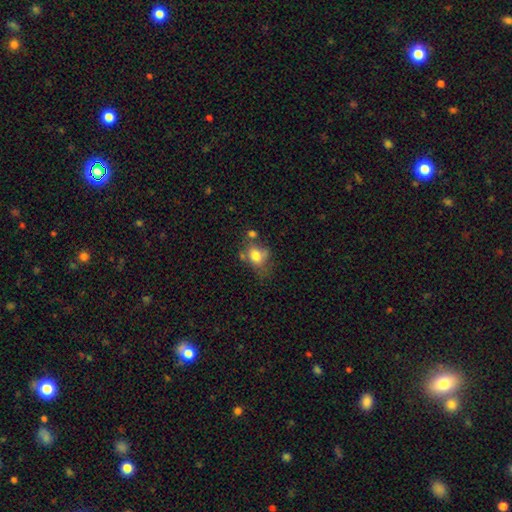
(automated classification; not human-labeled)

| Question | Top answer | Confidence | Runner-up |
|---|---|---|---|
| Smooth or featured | smooth | 73% | featured or disk (17%) |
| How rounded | in between | 61% | round (37%) |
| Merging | none | 36% | minor disturbance (25%) |